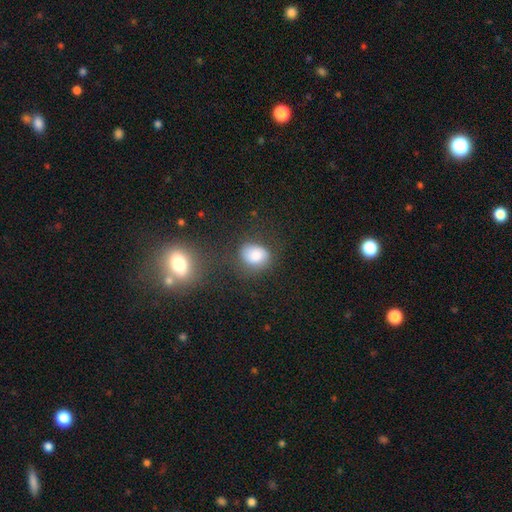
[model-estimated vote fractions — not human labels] Morphology: type=smooth (81%); roundness=in between (55%); merging=none (60%).